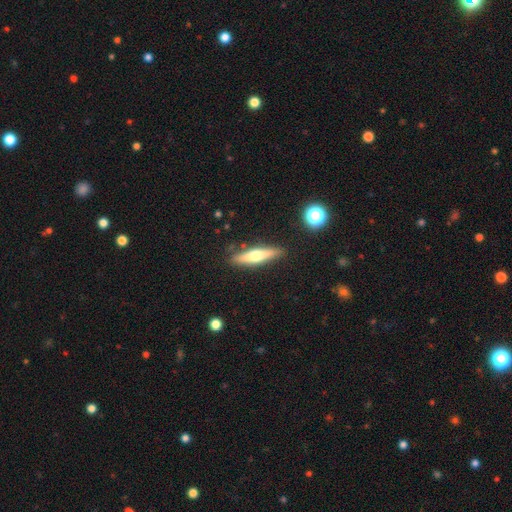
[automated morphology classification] This appears to be a smooth galaxy with no disk features (47%, tied with featured or disk). Merging: none (86%).